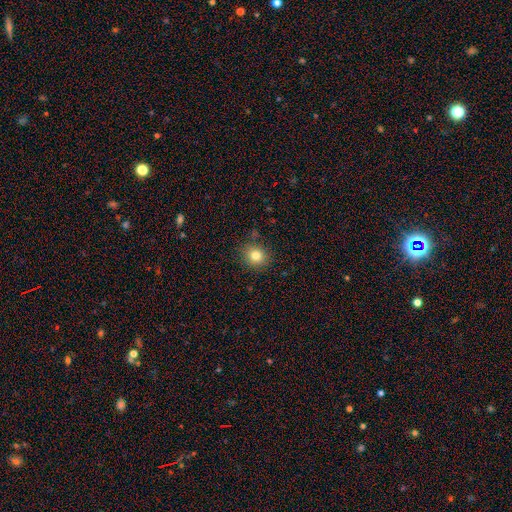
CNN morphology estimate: This is clearly a smooth galaxy (80%). How rounded: clearly round (84%). Merging: clearly none (87%).